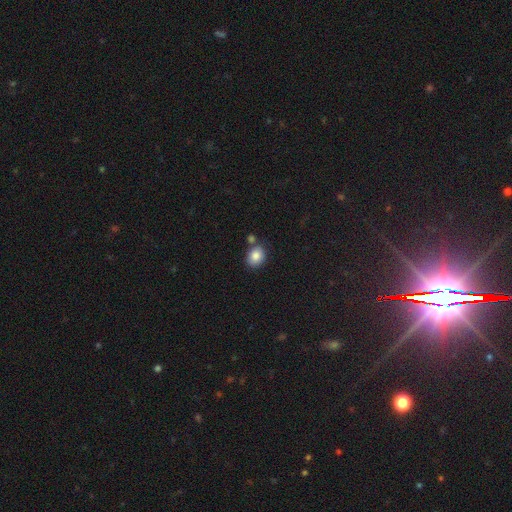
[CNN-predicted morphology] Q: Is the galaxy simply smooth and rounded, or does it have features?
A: smooth — 84%.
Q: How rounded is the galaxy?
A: round — 50%.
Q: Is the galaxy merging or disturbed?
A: none — 68%.